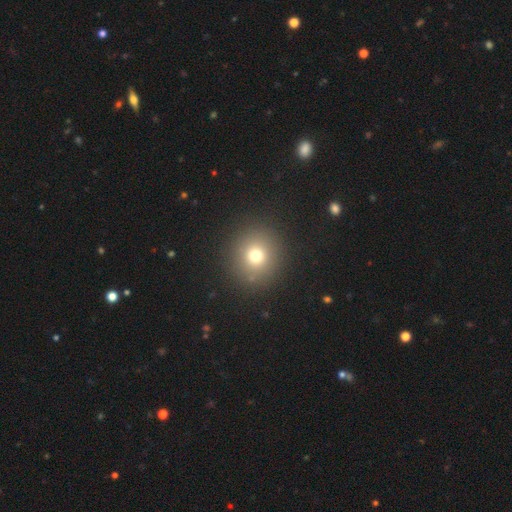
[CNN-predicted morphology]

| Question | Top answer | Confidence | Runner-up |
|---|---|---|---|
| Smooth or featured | smooth | 73% | star or artifact (17%) |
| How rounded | round | 88% | in between (11%) |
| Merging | none | 89% | minor disturbance (6%) |